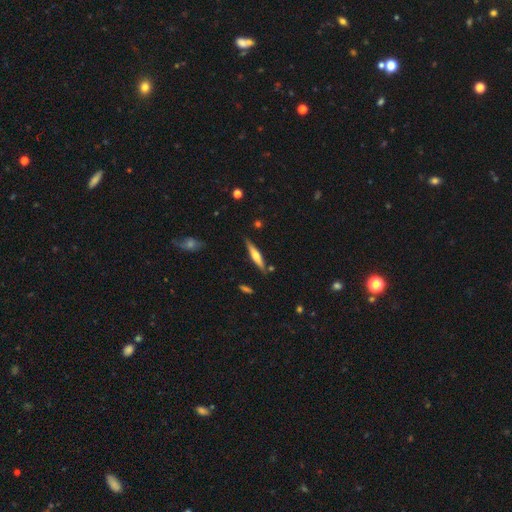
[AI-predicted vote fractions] A featured or disk galaxy (55%) viewed edge-on (96%) with a rounded central bulge (79%). Merging: none (84%).